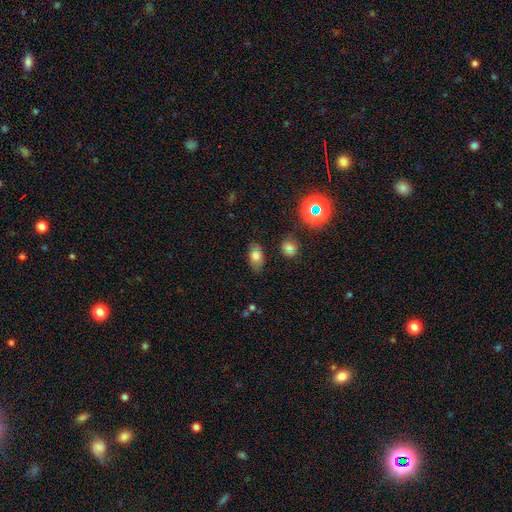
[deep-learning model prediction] The model was most divided on "smooth or featured": smooth: 74%, star or artifact: 14%, featured or disk: 12%. More confident: how rounded — in between (85%); merging — none (79%).